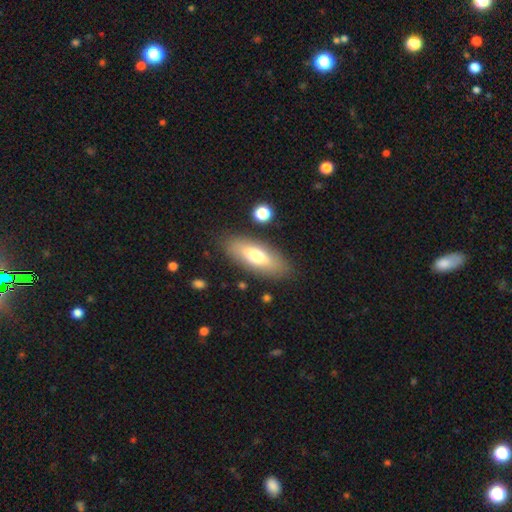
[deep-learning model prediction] A smooth galaxy with no disk features (66%) that is in between round and cigar-shaped (74%).

Vote fractions:
- Smooth or featured? smooth: 66% / featured or disk: 27% / star or artifact: 7%
- How rounded? in between: 74% / cigar-shaped: 23% / round: 3%
- Merging? none: 84% / minor disturbance: 11% / major disturbance: 3% / merger: 2%